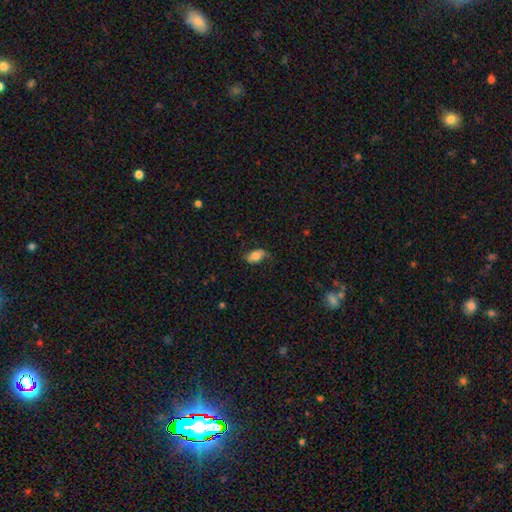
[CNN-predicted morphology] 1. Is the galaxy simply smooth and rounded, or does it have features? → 68% smooth, 24% featured or disk, 8% star or artifact.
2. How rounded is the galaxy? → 90% in between, 6% round, 4% cigar-shaped.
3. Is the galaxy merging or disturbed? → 64% none, 24% minor disturbance, 10% major disturbance, 1% merger.